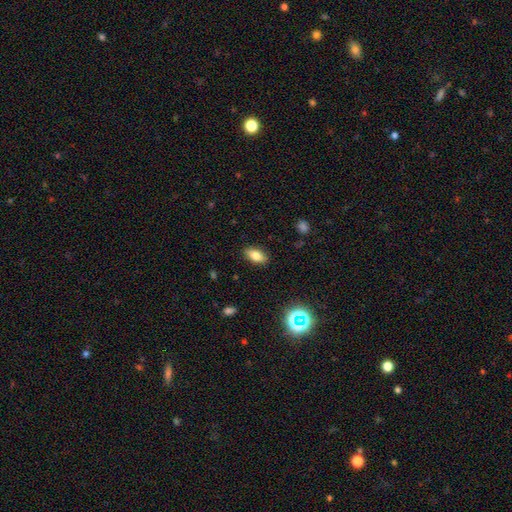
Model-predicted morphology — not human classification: Smooth or featured? Predicted: smooth (p=0.78). How rounded? Predicted: in between (p=0.87). Merging? Predicted: none (p=0.88).